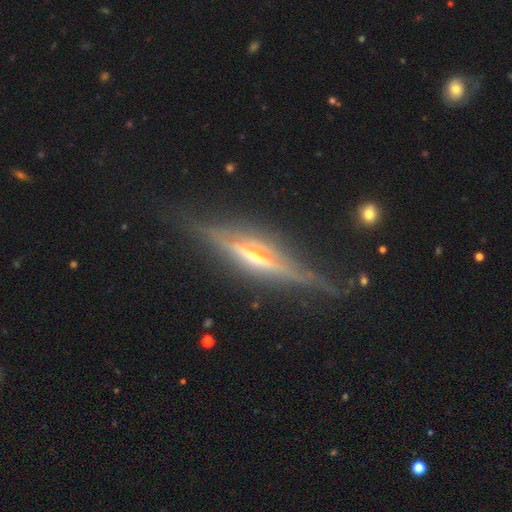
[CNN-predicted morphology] Smooth or featured?
  - featured or disk: 85% *
  - smooth: 9%
  - star or artifact: 6%
Edge-on disk?
  - yes: 96% *
  - no: 4%
Edge-on bulge?
  - rounded: 70% *
  - none: 16%
  - boxy: 14%
Merging?
  - none: 80% *
  - minor disturbance: 14%
  - major disturbance: 5%
  - merger: 2%